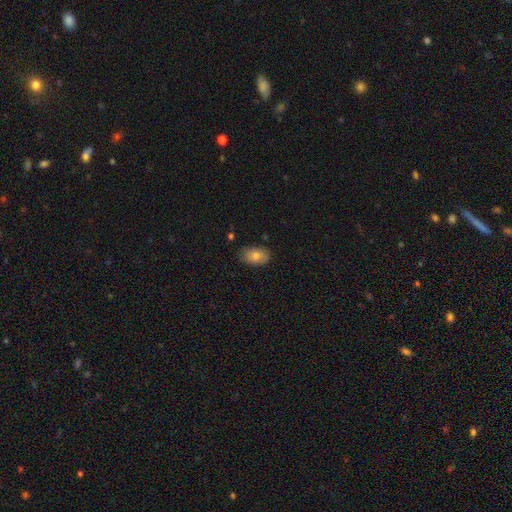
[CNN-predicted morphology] Smooth or featured? smooth (77%)
How rounded? in between (90%)
Merging? none (82%)